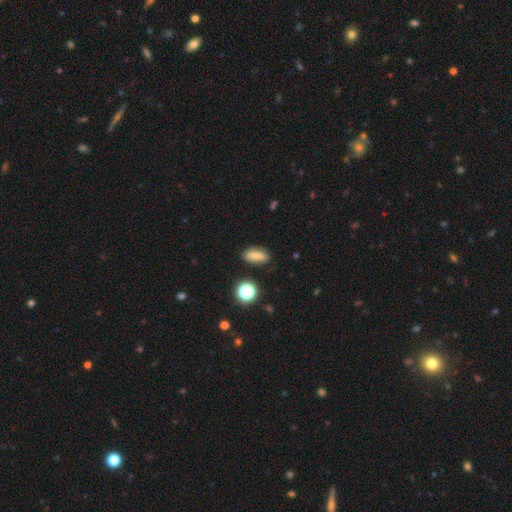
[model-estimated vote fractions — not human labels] Q: Smooth or featured?
A: smooth (74%); runner-up: featured or disk (14%)
Q: How rounded?
A: in between (69%); runner-up: cigar-shaped (23%)
Q: Merging?
A: none (82%); runner-up: minor disturbance (12%)